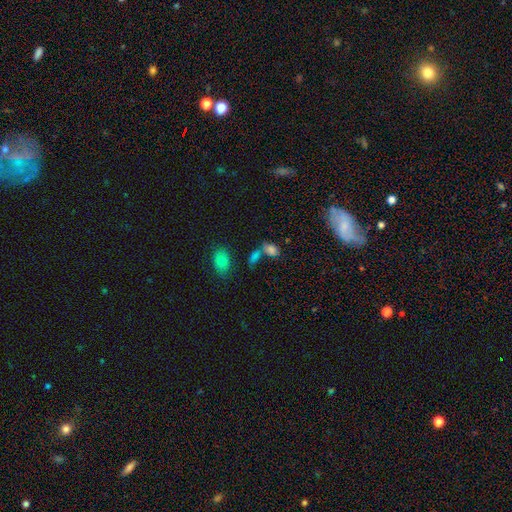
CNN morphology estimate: A smooth galaxy with no disk features (69%) that is in between round and cigar-shaped (77%). Merging: none (54%).